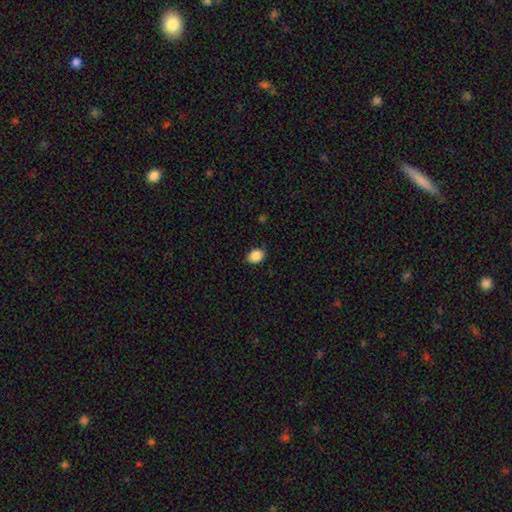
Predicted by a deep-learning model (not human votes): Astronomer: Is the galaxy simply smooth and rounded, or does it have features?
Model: smooth — 88%.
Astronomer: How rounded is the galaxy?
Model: in between — 62% (runner-up: round, 37%).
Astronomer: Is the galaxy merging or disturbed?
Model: none — 82%.